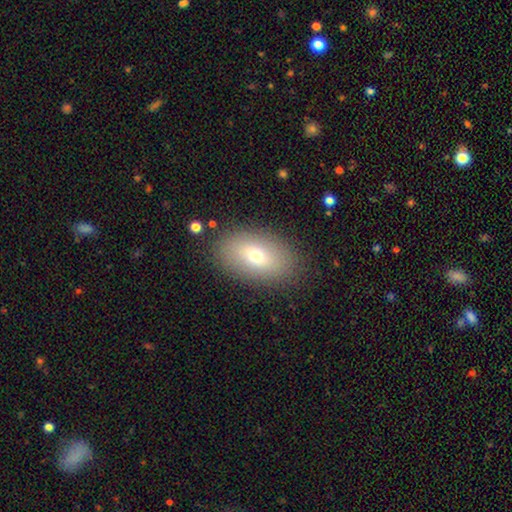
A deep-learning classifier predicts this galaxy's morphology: smooth_or_featured: smooth (p=0.67) [alt: featured or disk p=0.22]
how_rounded: in between (p=0.90) [alt: round p=0.08]
merging: none (p=0.87) [alt: minor disturbance p=0.09]